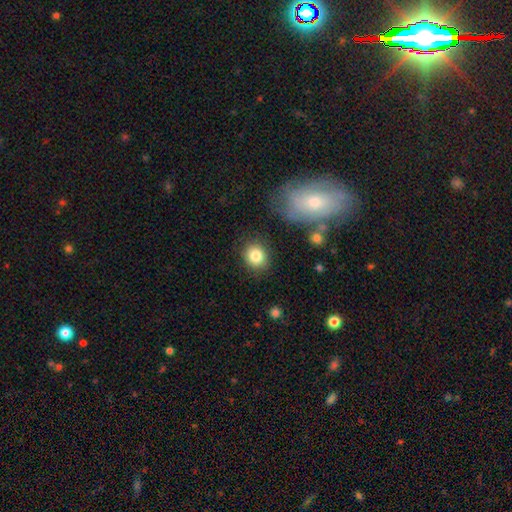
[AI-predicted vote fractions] The model was most divided on "how rounded": round: 75%, in between: 24%, cigar-shaped: 1%. More confident: merging — none (85%); smooth or featured — smooth (84%).